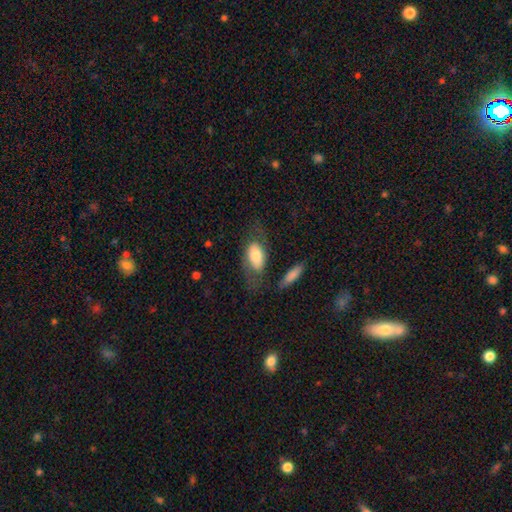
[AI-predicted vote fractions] smooth_or_featured: smooth (p=0.64) [alt: featured or disk p=0.30]
how_rounded: in between (p=0.90) [alt: round p=0.05]
merging: none (p=0.52) [alt: minor disturbance p=0.21]